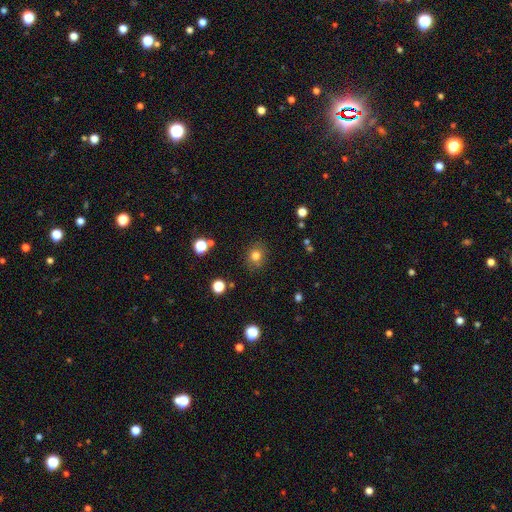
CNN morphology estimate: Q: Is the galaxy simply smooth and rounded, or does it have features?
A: smooth — 79%.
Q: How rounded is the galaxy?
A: round — 73%.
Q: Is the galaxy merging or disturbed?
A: none — 84%.